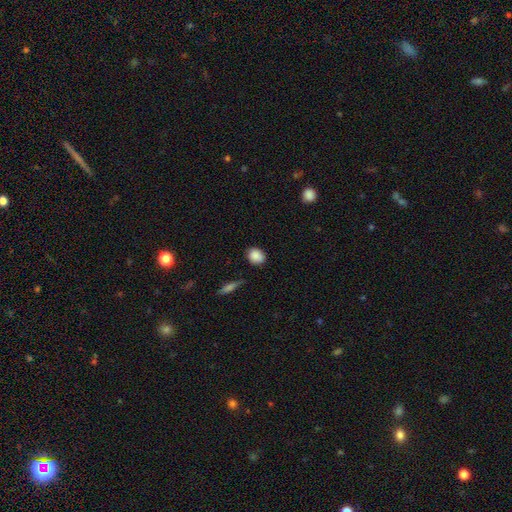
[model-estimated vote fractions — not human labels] Q: Smooth or featured?
A: smooth (87%); runner-up: star or artifact (8%)
Q: How rounded?
A: round (56%); runner-up: in between (42%)
Q: Merging?
A: none (82%); runner-up: minor disturbance (14%)